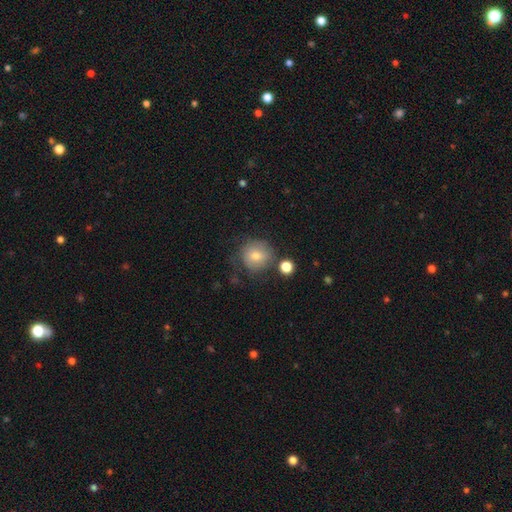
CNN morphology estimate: Overall: smooth (72%). How rounded: round (87%). Merging: none (59%; minor disturbance 21%).